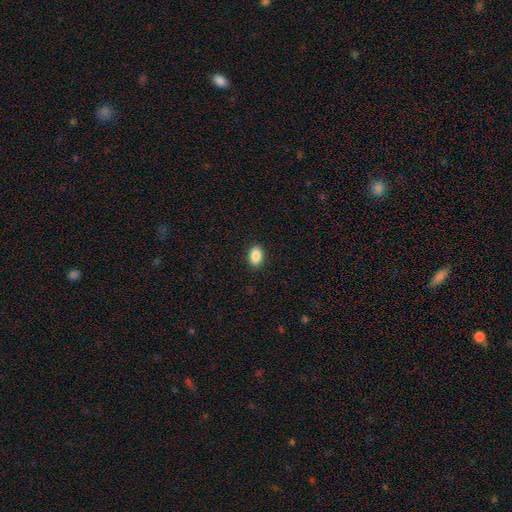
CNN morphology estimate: Smooth or featured? smooth (88%)
How rounded? in between (82%)
Merging? none (90%)